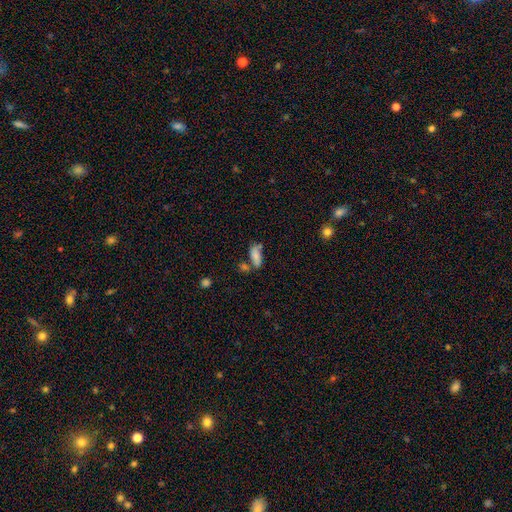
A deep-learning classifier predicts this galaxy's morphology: This is likely a smooth galaxy (75%). How rounded: clearly in between (81%). Merging: possibly none (46%).